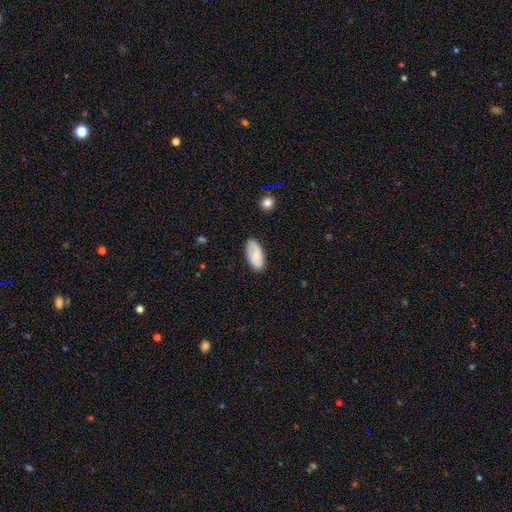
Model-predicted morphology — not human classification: This appears to be a smooth galaxy with no disk features (66%) that is in between round and cigar-shaped (93%). Merging: none (80%).